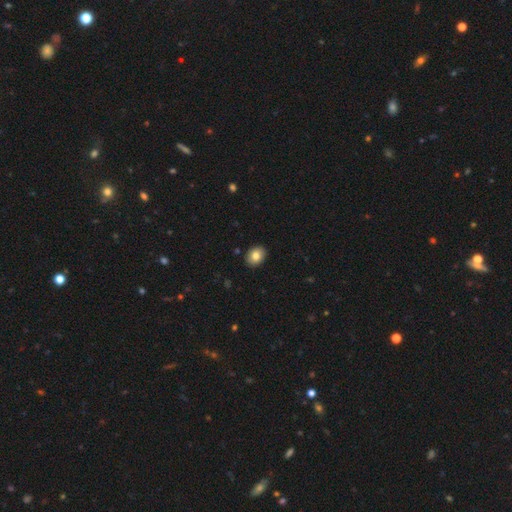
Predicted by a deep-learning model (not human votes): The model was most divided on "how rounded": in between: 62%, round: 37%, cigar-shaped: 1%. More confident: merging — none (90%); smooth or featured — smooth (82%).